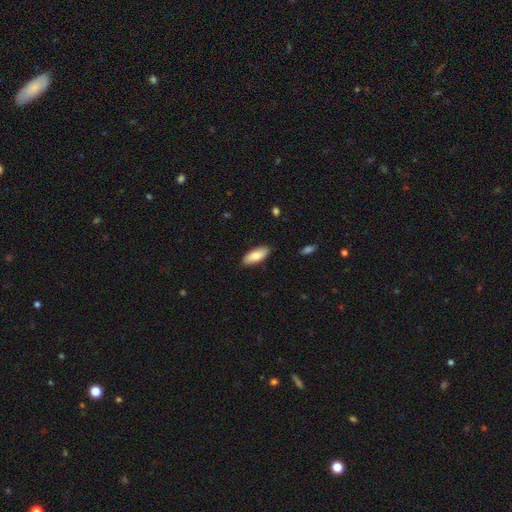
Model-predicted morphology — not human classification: smooth_or_featured: smooth (p=0.80) [alt: featured or disk p=0.15]
how_rounded: in between (p=0.81) [alt: cigar-shaped p=0.17]
merging: none (p=0.86) [alt: minor disturbance p=0.11]